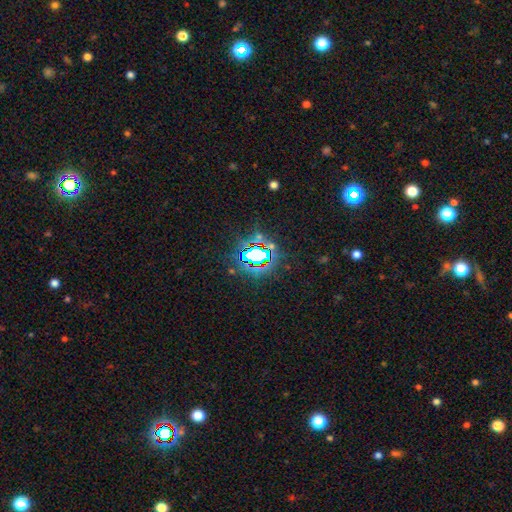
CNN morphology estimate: A star or artifact, not a galaxy (69%).